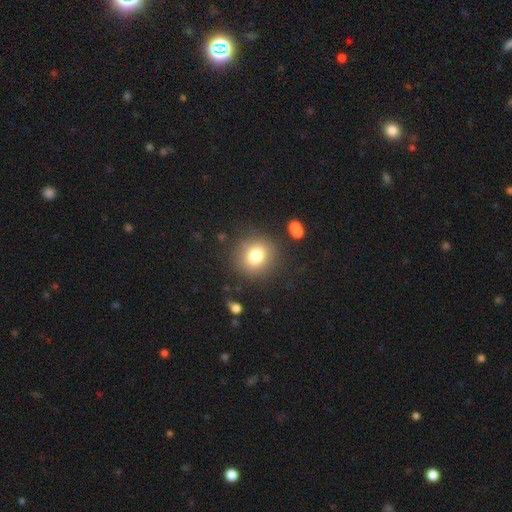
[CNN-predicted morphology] Overall: smooth (78%). How rounded: round (85%). Merging: none (85%).